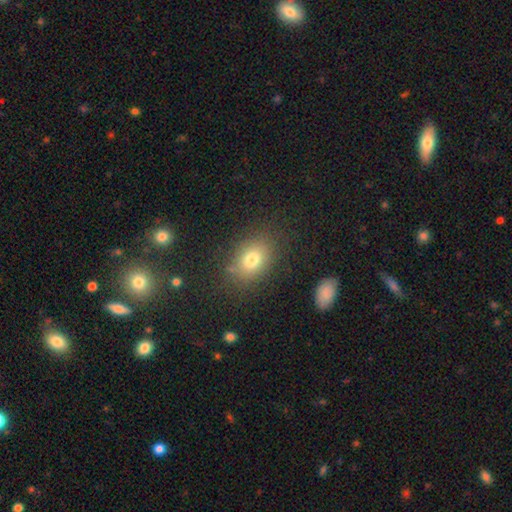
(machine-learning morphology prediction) Overall: smooth (67%). How rounded: in between (70%). Merging: none (87%).